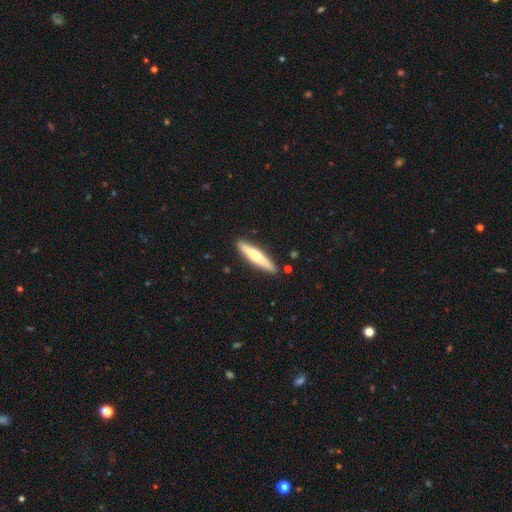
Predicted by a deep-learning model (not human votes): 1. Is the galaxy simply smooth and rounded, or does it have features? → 52% featured or disk, 43% smooth, 5% star or artifact.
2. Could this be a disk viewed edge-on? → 92% yes, 8% no.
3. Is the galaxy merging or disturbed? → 90% none, 7% minor disturbance, 2% merger, 1% major disturbance.